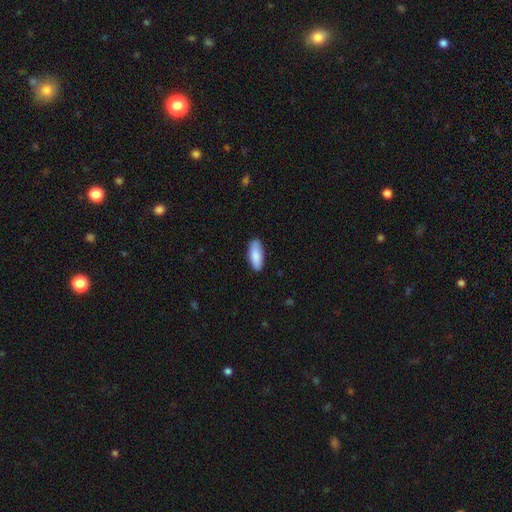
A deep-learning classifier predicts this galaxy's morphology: Smooth or featured? smooth (88%)
How rounded? in between (77%)
Merging? none (85%)